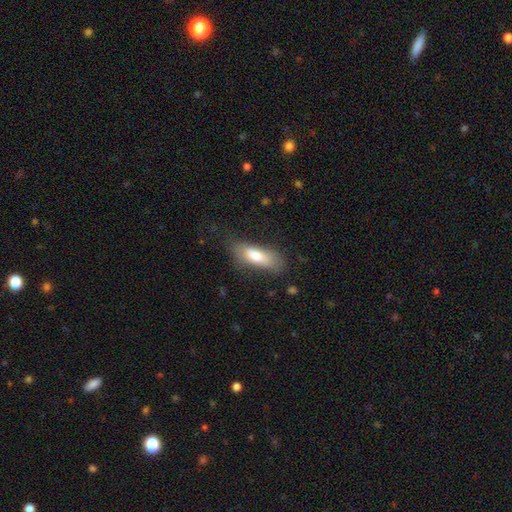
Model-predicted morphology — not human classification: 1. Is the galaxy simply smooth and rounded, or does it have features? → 74% smooth, 19% featured or disk, 7% star or artifact.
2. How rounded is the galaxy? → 67% in between, 31% cigar-shaped, 2% round.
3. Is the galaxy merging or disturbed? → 62% none, 25% minor disturbance, 11% major disturbance, 2% merger.